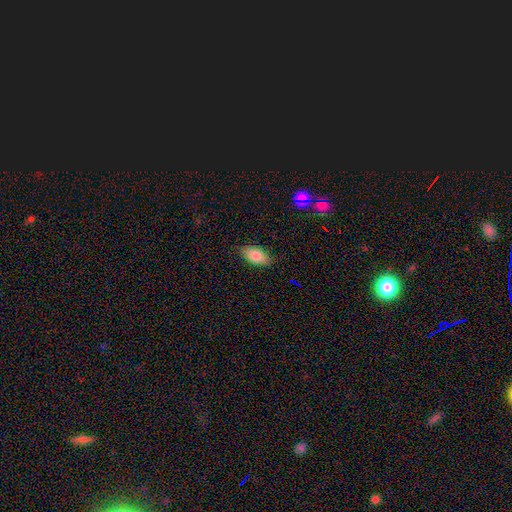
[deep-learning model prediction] A smooth galaxy with no disk features (83%) that is in between round and cigar-shaped (91%).

Vote fractions:
- Smooth or featured? smooth: 83% / featured or disk: 10% / star or artifact: 8%
- How rounded? in between: 91% / cigar-shaped: 5% / round: 4%
- Merging? none: 84% / minor disturbance: 12% / major disturbance: 3% / merger: 1%